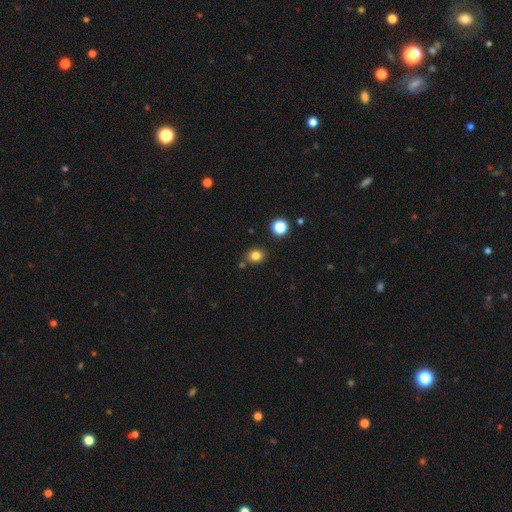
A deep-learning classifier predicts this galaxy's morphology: smooth_or_featured: smooth (p=0.81) [alt: star or artifact p=0.13]
how_rounded: round (p=0.64) [alt: in between p=0.35]
merging: none (p=0.80) [alt: minor disturbance p=0.11]